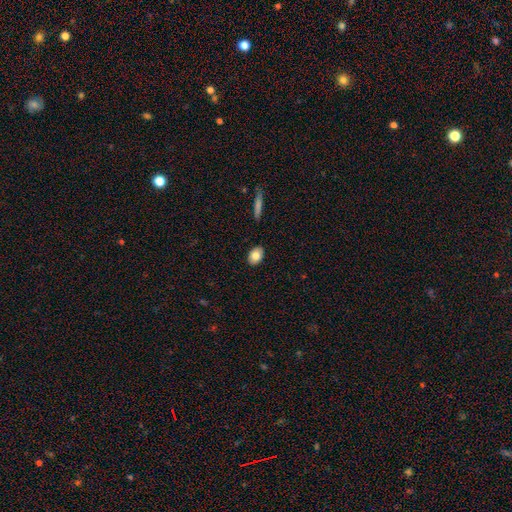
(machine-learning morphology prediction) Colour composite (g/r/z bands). It shows a smooth galaxy with no disk features (80%) that is in between round and cigar-shaped (83%). Merging: none (89%).